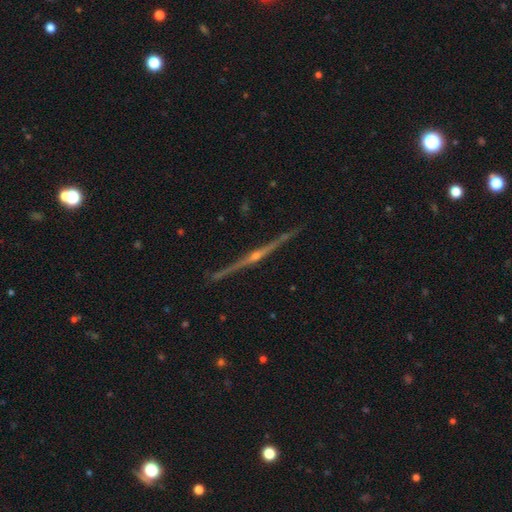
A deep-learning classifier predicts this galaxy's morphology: A featured or disk galaxy (90%) viewed edge-on (99%) with a rounded central bulge (91%). Merging: none (92%).